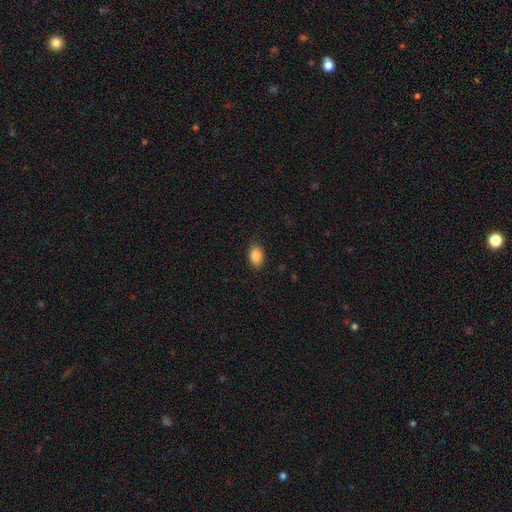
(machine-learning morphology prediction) Q: Smooth or featured?
A: smooth (88%); runner-up: star or artifact (8%)
Q: How rounded?
A: in between (85%); runner-up: round (13%)
Q: Merging?
A: none (86%); runner-up: minor disturbance (11%)